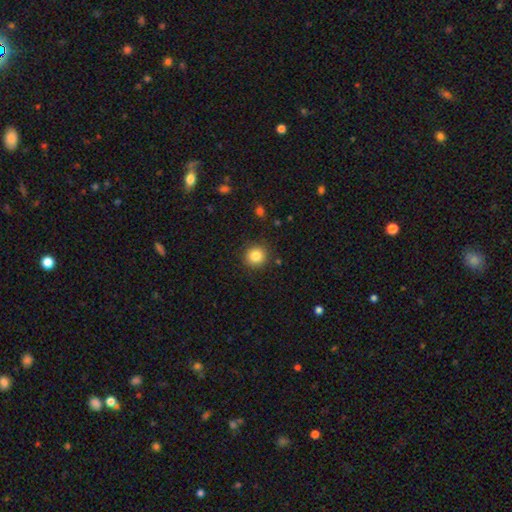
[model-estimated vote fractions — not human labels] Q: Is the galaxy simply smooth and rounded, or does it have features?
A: smooth — 85%.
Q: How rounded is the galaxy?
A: round — 92%.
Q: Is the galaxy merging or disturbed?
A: none — 89%.